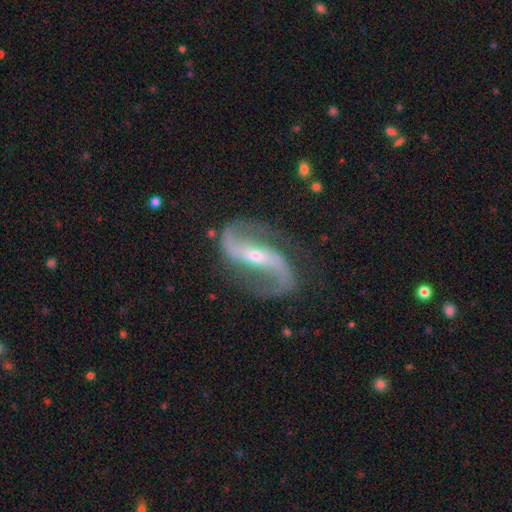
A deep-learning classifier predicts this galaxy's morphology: Q: Smooth or featured?
A: featured or disk (92%); runner-up: star or artifact (5%)
Q: Edge-on disk?
A: no (97%); runner-up: yes (3%)
Q: Bar?
A: strong (47%); runner-up: weak (29%)
Q: Spiral arms?
A: yes (98%); runner-up: no (2%)
Q: Spiral winding?
A: loose (51%); runner-up: medium (38%)
Q: Spiral arm count?
A: 2 (94%); runner-up: can't tell (1%)
Q: Bulge size?
A: small (61%); runner-up: moderate (35%)
Q: Merging?
A: none (81%); runner-up: minor disturbance (12%)